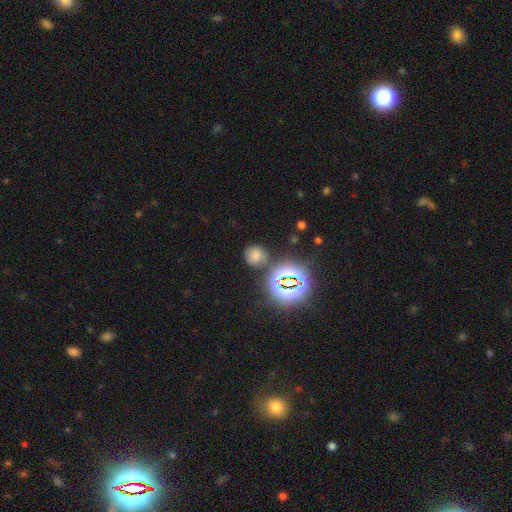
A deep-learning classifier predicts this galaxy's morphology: Smooth or featured?
  - smooth: 64% *
  - star or artifact: 28%
  - featured or disk: 8%
How rounded?
  - round: 87% *
  - in between: 12%
  - cigar-shaped: 1%
Merging?
  - none: 74% *
  - minor disturbance: 13%
  - merger: 8%
  - major disturbance: 5%